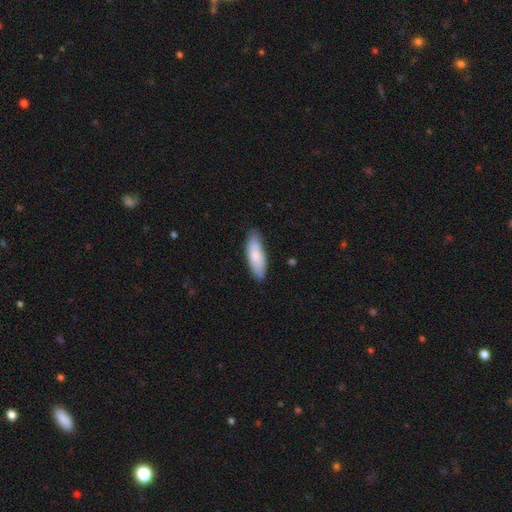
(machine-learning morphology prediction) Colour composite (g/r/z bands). It shows a smooth galaxy with no disk features (79%) that is in between round and cigar-shaped (63%). Merging: none (79%).